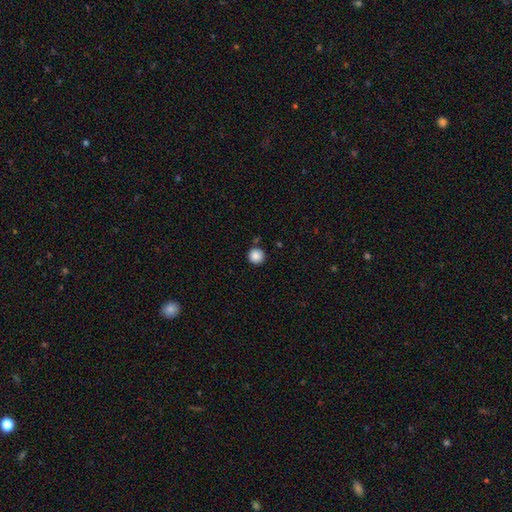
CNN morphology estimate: type=smooth (87%); roundness=round (96%); merging=none (88%).